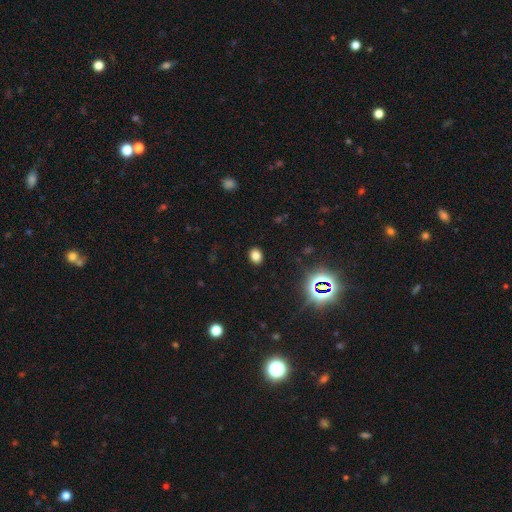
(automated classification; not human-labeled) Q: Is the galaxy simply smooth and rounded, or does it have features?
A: smooth — 77%.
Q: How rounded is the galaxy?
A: in between — 53%.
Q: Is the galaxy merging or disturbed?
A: none — 89%.